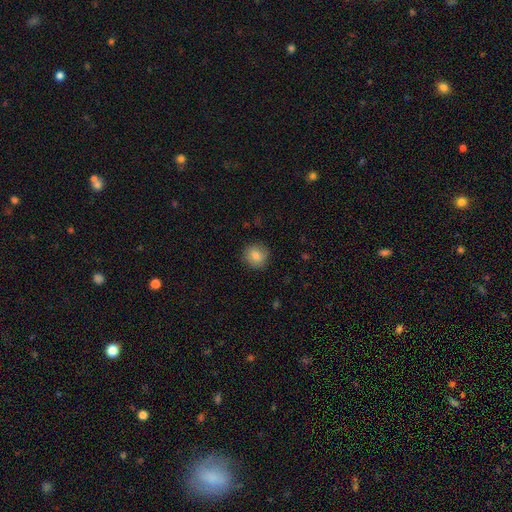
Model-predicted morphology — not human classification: This is clearly a smooth galaxy (83%). How rounded: clearly round (89%). Merging: clearly none (87%).